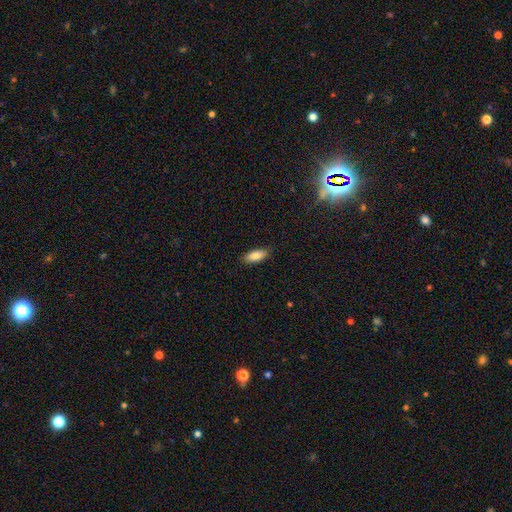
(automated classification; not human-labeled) A smooth galaxy with no disk features (85%) that is in between round and cigar-shaped (80%). Merging: none (86%).